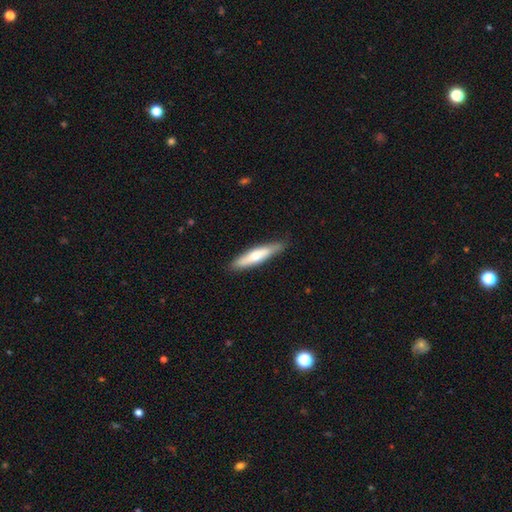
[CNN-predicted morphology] Smooth or featured?
  - smooth: 60% *
  - featured or disk: 35%
  - star or artifact: 5%
How rounded?
  - cigar-shaped: 84% *
  - in between: 14%
  - round: 1%
Merging?
  - none: 85% *
  - minor disturbance: 12%
  - major disturbance: 2%
  - merger: 1%